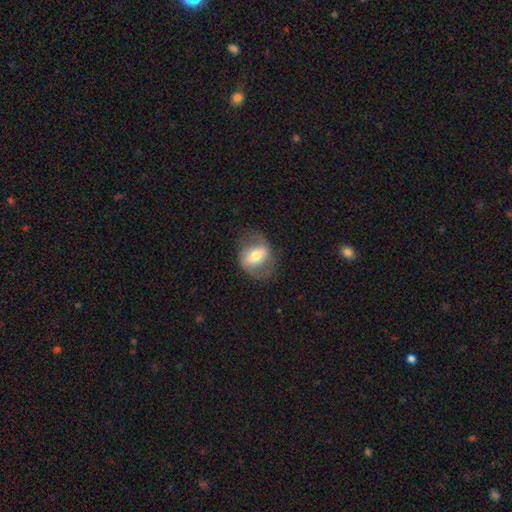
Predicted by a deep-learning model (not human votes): Smooth or featured: featured or disk — 51% (smooth — 41%)
Edge-on disk: no — 92% (yes — 8%)
Merging: none — 71% (minor disturbance — 17%)